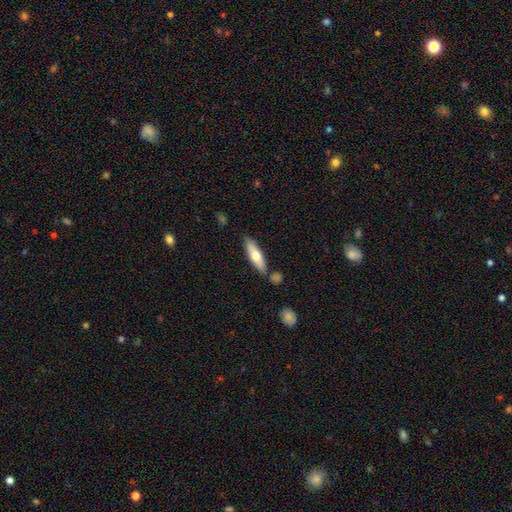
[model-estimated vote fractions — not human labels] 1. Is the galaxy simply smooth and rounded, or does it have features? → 60% smooth, 34% featured or disk, 6% star or artifact.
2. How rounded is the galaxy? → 62% cigar-shaped, 36% in between, 2% round.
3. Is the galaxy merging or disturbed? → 78% none, 13% minor disturbance, 6% merger, 3% major disturbance.